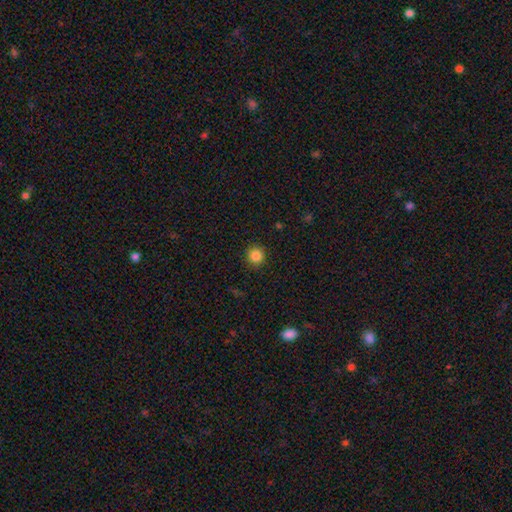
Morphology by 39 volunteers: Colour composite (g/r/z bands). It shows a smooth galaxy with no disk features (85%) that is round (97%). Merging: none (100%).